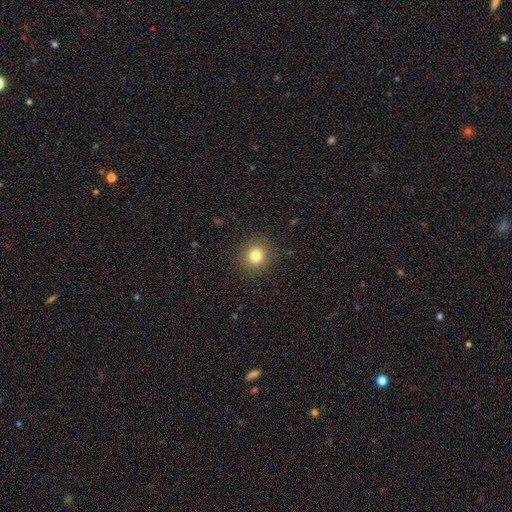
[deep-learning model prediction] Smooth or featured? smooth (80%)
How rounded? round (87%)
Merging? none (89%)